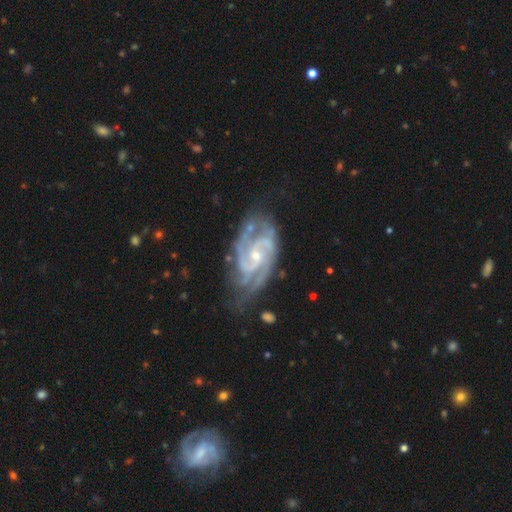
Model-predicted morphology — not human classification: Smooth or featured? featured or disk (93%)
Edge-on disk? no (97%)
Bar? no (48%)
Spiral arms? yes (99%)
Spiral winding? tight (48%)
Spiral arm count? 2 (60%)
Bulge size? small (65%)
Merging? none (68%)